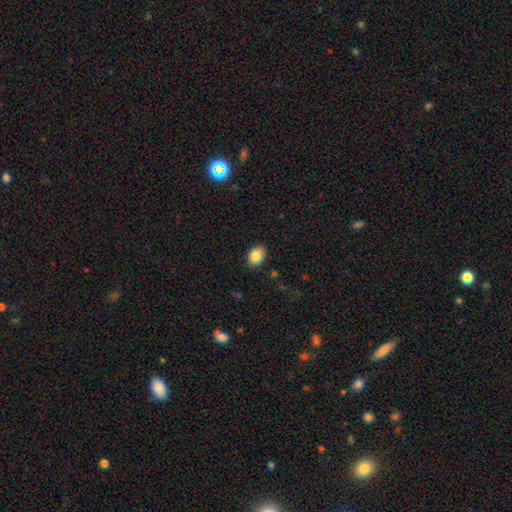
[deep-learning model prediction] This is clearly a smooth galaxy (85%). How rounded: likely in between (74%). Merging: clearly none (88%).